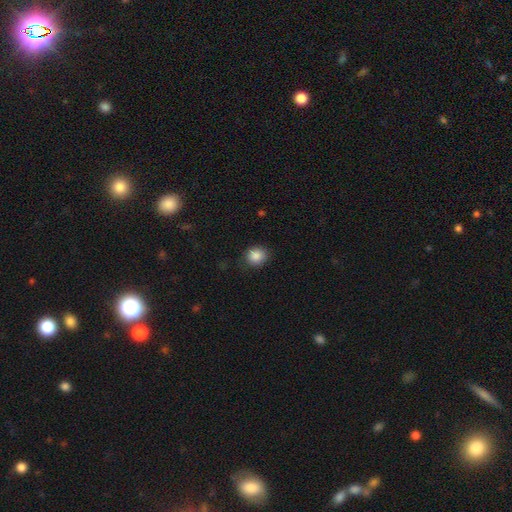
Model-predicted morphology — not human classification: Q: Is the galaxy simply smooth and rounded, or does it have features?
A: smooth — 87%.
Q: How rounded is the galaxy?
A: round — 73%.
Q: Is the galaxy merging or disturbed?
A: none — 82%.